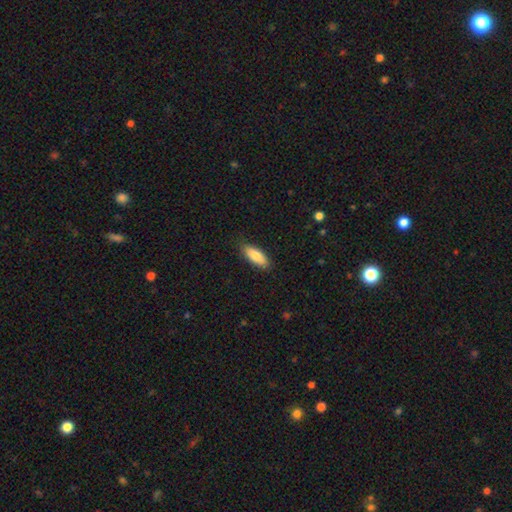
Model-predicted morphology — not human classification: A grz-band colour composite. It shows a smooth galaxy with no disk features (81%) that is in between round and cigar-shaped (73%). Merging: none (86%).